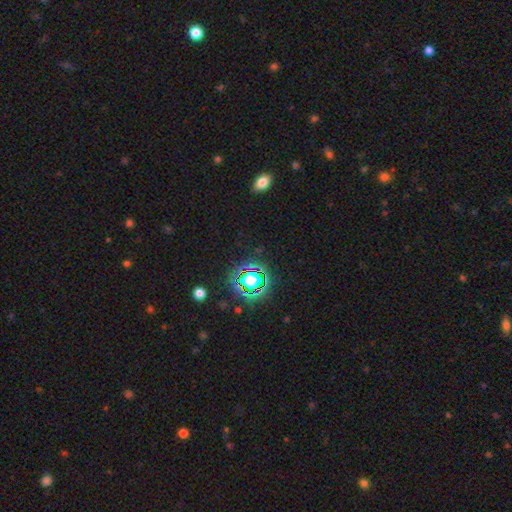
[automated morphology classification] Q: Smooth or featured?
A: star or artifact (74%); runner-up: smooth (18%)